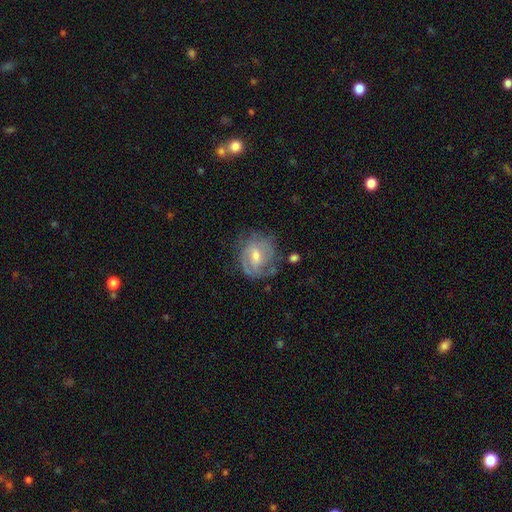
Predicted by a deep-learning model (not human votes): Q: Smooth or featured?
A: featured or disk (72%); runner-up: smooth (21%)
Q: Edge-on disk?
A: no (97%); runner-up: yes (3%)
Q: Bar?
A: weak (51%); runner-up: no (34%)
Q: Spiral arms?
A: yes (83%); runner-up: no (17%)
Q: Spiral winding?
A: tight (51%); runner-up: medium (36%)
Q: Spiral arm count?
A: 2 (40%); runner-up: can't tell (34%)
Q: Bulge size?
A: moderate (52%); runner-up: small (44%)
Q: Merging?
A: none (61%); runner-up: minor disturbance (24%)